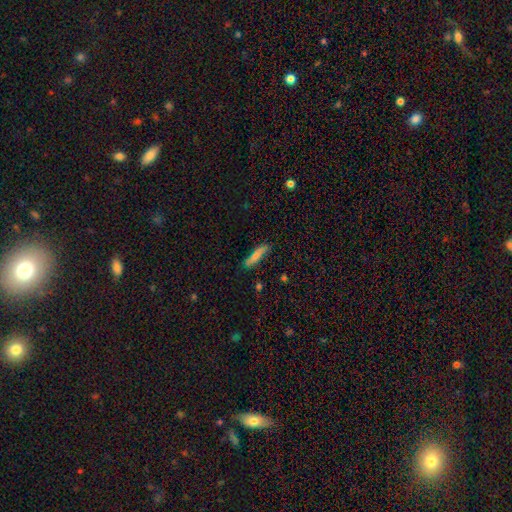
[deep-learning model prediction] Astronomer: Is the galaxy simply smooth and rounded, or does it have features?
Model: smooth — 73%.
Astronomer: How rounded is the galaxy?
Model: cigar-shaped — 82%.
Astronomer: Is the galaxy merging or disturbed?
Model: none — 79%.